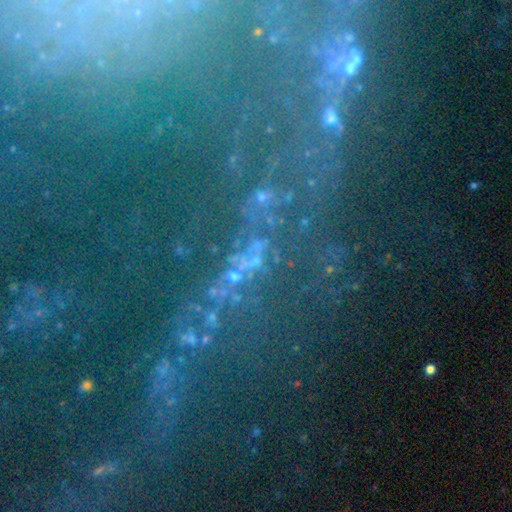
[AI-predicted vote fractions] Smooth or featured: star or artifact — 51% (featured or disk — 31%)